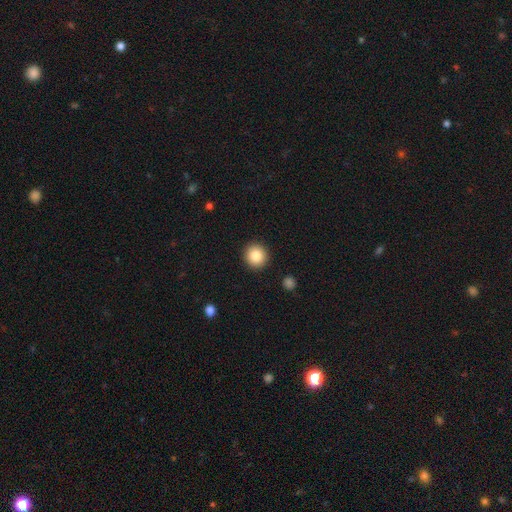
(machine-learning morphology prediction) The model was most divided on "smooth or featured": smooth: 85%, star or artifact: 9%, featured or disk: 6%. More confident: how rounded — round (94%); merging — none (92%).